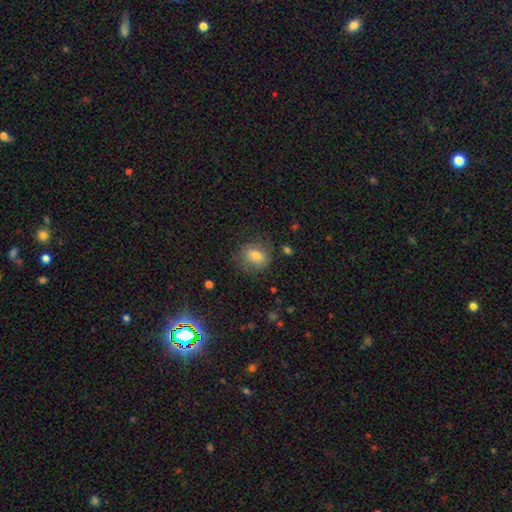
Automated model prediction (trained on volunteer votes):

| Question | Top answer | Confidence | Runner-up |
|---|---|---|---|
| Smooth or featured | smooth | 72% | featured or disk (16%) |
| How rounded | round | 52% | in between (47%) |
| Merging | none | 74% | minor disturbance (17%) |